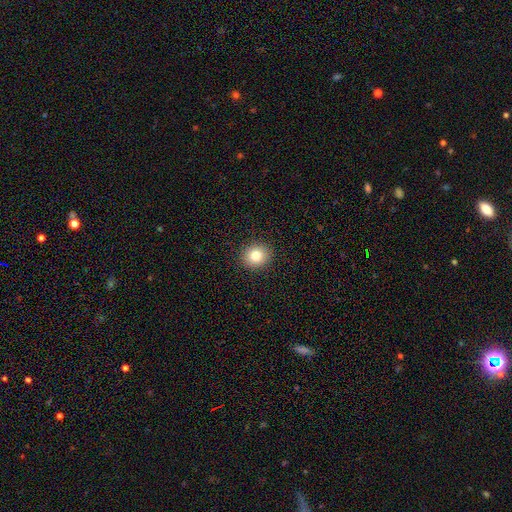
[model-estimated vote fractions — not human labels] Smooth or featured: smooth — 81% (star or artifact — 11%)
How rounded: round — 79% (in between — 20%)
Merging: none — 92% (minor disturbance — 6%)